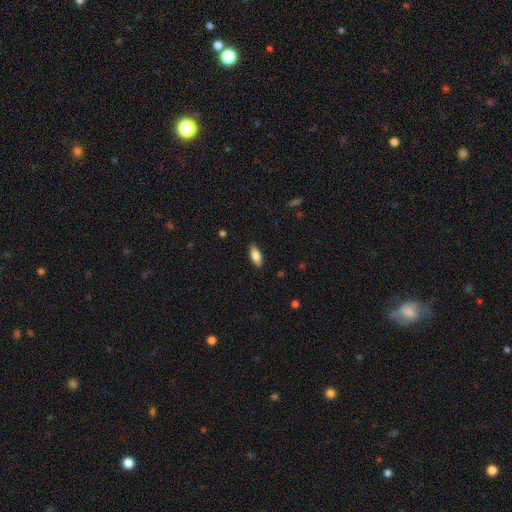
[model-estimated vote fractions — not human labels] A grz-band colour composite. It shows a smooth galaxy with no disk features (80%) that is in between round and cigar-shaped (81%). Merging: none (88%).